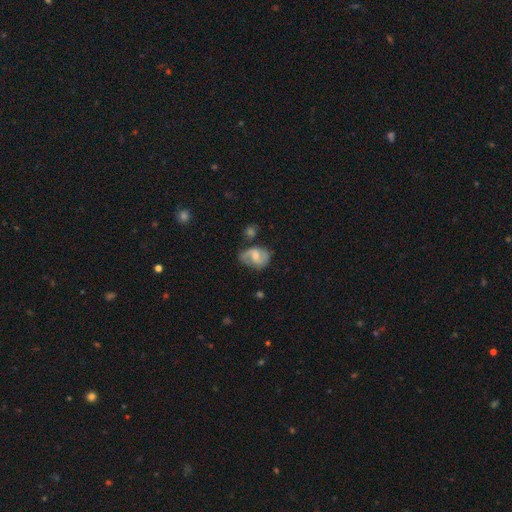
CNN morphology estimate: Smooth or featured: featured or disk — 68% (smooth — 25%)
Edge-on disk: no — 97% (yes — 3%)
Bar: weak — 54% (no — 32%)
Spiral arms: yes — 89% (no — 11%)
Spiral winding: medium — 49% (loose — 30%)
Spiral arm count: 2 — 82% (can't tell — 9%)
Bulge size: moderate — 44% (small — 37%)
Merging: none — 54% (minor disturbance — 27%)